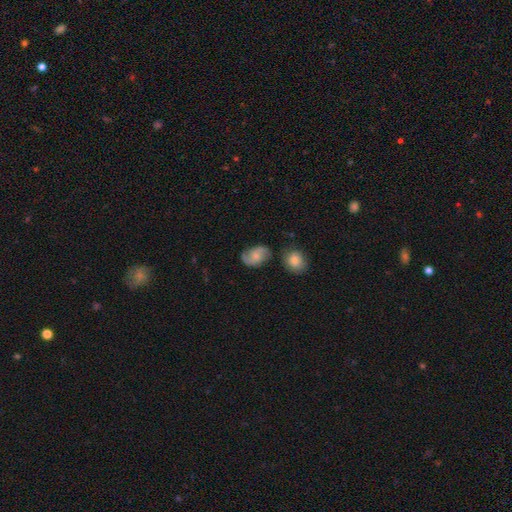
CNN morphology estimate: Q: Smooth or featured?
A: featured or disk (57%); runner-up: smooth (35%)
Q: Edge-on disk?
A: no (97%); runner-up: yes (3%)
Q: Bar?
A: no (65%); runner-up: weak (30%)
Q: Spiral arms?
A: yes (91%); runner-up: no (9%)
Q: Bulge size?
A: small (42%); runner-up: moderate (35%)
Q: Merging?
A: none (64%); runner-up: minor disturbance (21%)